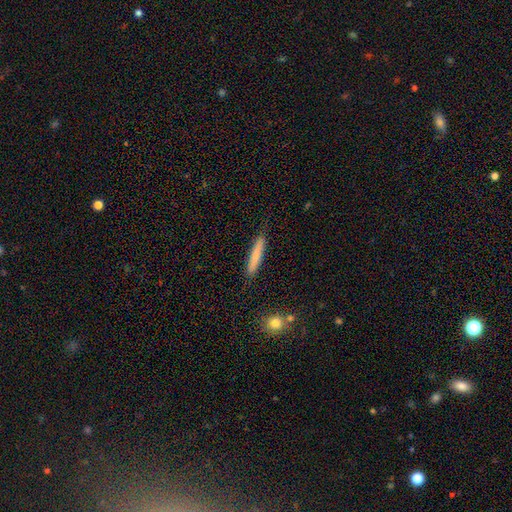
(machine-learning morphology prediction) Smooth or featured?
  - smooth: 78% *
  - featured or disk: 16%
  - star or artifact: 6%
How rounded?
  - cigar-shaped: 94% *
  - in between: 5%
  - round: 1%
Merging?
  - none: 89% *
  - minor disturbance: 8%
  - major disturbance: 2%
  - merger: 1%